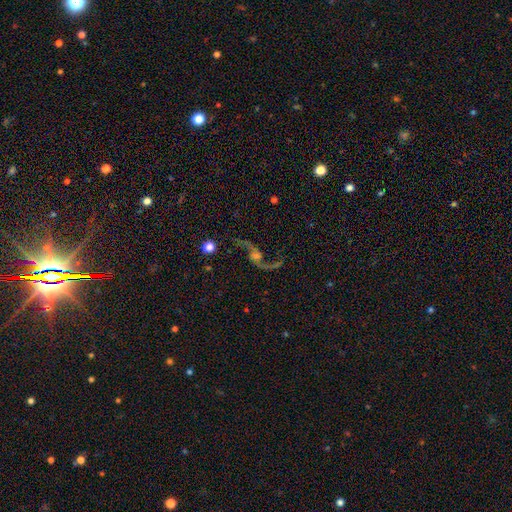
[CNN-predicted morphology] Smooth or featured?
  - featured or disk: 87% *
  - star or artifact: 8%
  - smooth: 5%
Edge-on disk?
  - no: 95% *
  - yes: 5%
Bar?
  - no: 59% *
  - weak: 32%
  - strong: 10%
Spiral arms?
  - yes: 96% *
  - no: 4%
Spiral winding?
  - loose: 91% *
  - medium: 7%
  - tight: 2%
Spiral arm count?
  - 2: 93% *
  - 1: 2%
  - can't tell: 1%
  - 3: 1%
  - 4: 1%
  - more than 4: 1%
Bulge size?
  - small: 37% *
  - moderate: 35%
  - none: 16%
  - large: 9%
  - dominant: 3%
Merging?
  - none: 74% *
  - minor disturbance: 13%
  - major disturbance: 10%
  - merger: 3%